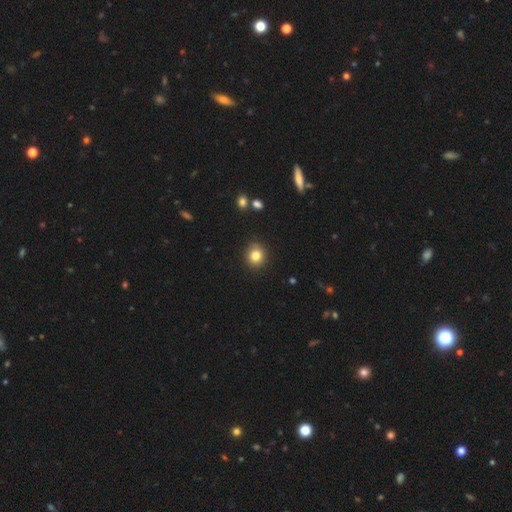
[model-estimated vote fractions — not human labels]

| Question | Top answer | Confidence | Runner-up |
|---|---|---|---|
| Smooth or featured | smooth | 82% | star or artifact (11%) |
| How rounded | round | 82% | in between (17%) |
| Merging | none | 89% | minor disturbance (8%) |